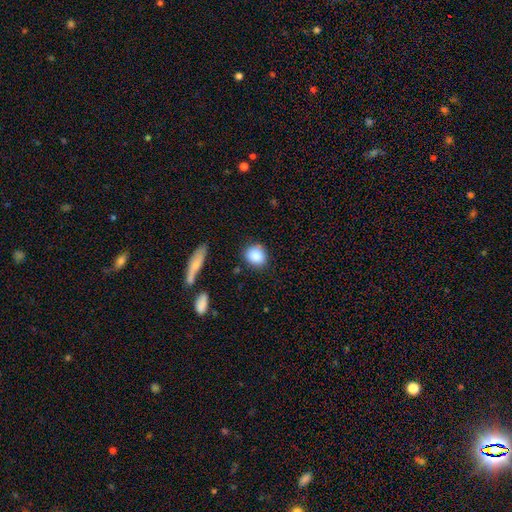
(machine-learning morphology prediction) Smooth or featured? smooth (87%)
How rounded? round (72%)
Merging? none (79%)